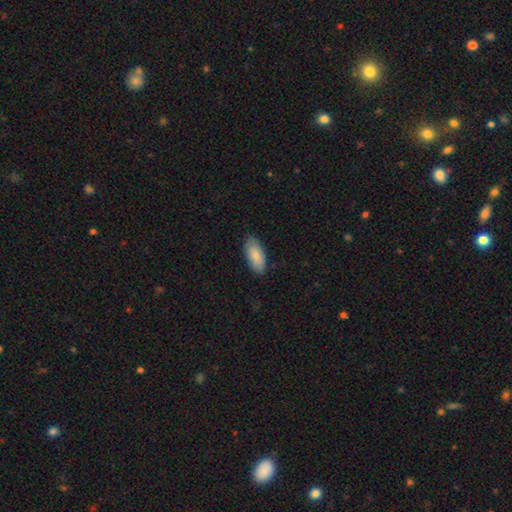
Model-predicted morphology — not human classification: A smooth galaxy with no disk features (83%) that is in between round and cigar-shaped (90%).

Vote fractions:
- Smooth or featured? smooth: 83% / featured or disk: 11% / star or artifact: 6%
- How rounded? in between: 90% / cigar-shaped: 9% / round: 2%
- Merging? none: 84% / minor disturbance: 13% / major disturbance: 2% / merger: 1%